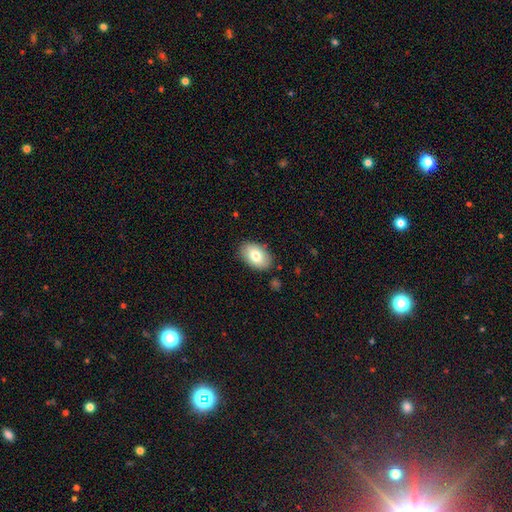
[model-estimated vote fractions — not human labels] smooth-or-featured: smooth: 80% | featured or disk: 14% | star or artifact: 7%
  how-rounded: in between: 91% | round: 8% | cigar-shaped: 1%
  merging: none: 85% | minor disturbance: 11% | major disturbance: 2% | merger: 2%